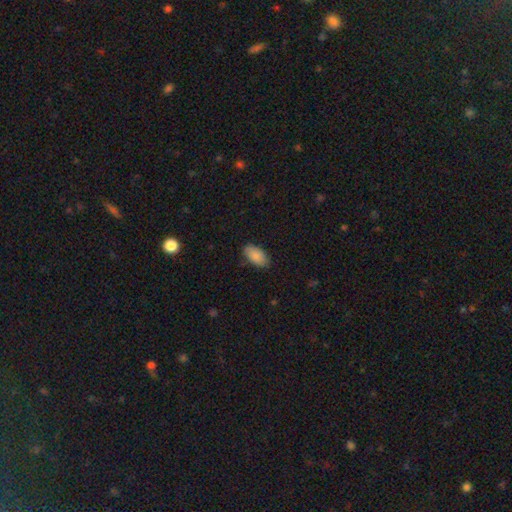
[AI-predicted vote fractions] Smooth or featured? Predicted: smooth (p=0.89). How rounded? Predicted: in between (p=0.94). Merging? Predicted: none (p=0.83).